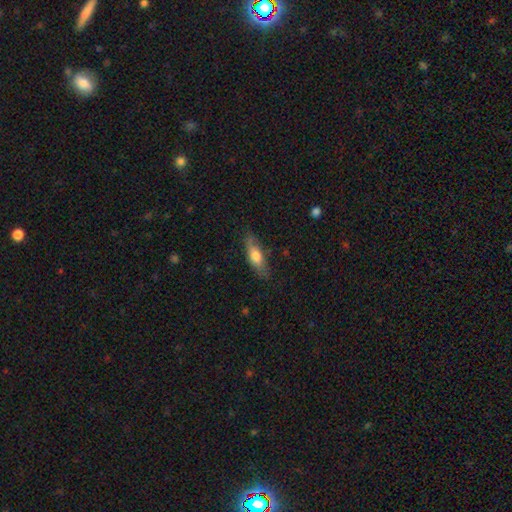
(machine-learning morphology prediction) Smooth or featured?
  - smooth: 67% *
  - featured or disk: 27%
  - star or artifact: 6%
How rounded?
  - in between: 60% *
  - cigar-shaped: 37%
  - round: 3%
Merging?
  - none: 75% *
  - minor disturbance: 19%
  - major disturbance: 4%
  - merger: 1%